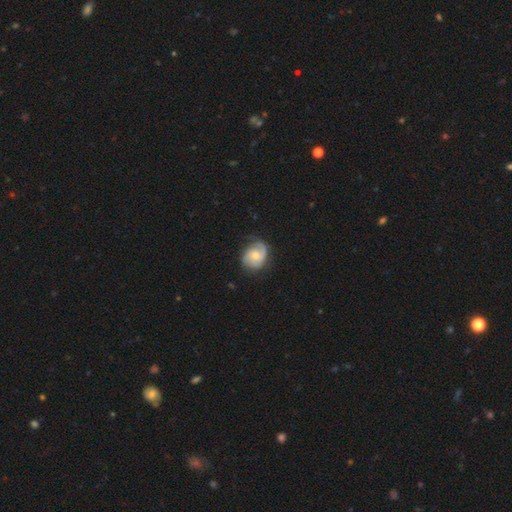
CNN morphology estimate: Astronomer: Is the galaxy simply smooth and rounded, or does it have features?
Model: featured or disk — 75%.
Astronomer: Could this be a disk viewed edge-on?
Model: no — 98%.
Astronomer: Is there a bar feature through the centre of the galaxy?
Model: no — 68%.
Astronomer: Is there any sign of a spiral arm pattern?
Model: yes — 95%.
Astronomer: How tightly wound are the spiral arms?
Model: medium — 42%, tied with tight at 42%.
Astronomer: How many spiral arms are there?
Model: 2 — 70%.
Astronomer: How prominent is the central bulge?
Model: moderate — 56% (runner-up: small, 38%).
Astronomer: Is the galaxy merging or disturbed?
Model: none — 73%.